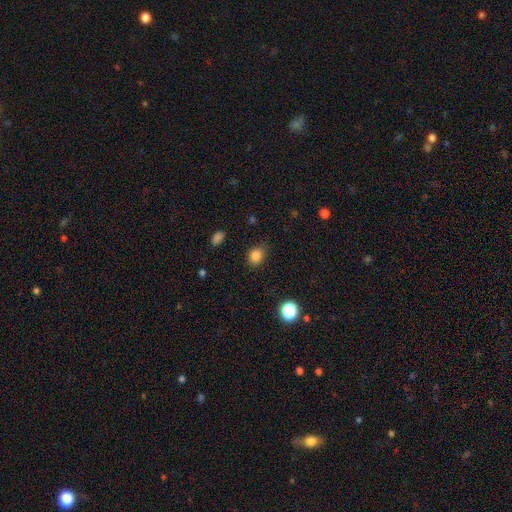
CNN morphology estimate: Smooth or featured: smooth — 84% (star or artifact — 12%)
How rounded: round — 57% (in between — 42%)
Merging: none — 82% (minor disturbance — 13%)